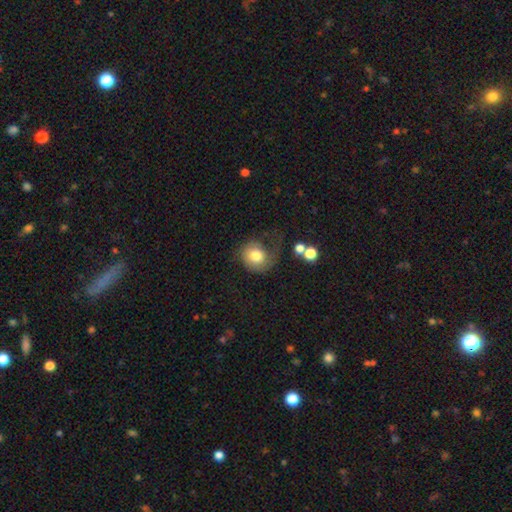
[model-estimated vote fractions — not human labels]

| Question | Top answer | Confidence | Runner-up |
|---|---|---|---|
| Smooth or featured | smooth | 65% | featured or disk (27%) |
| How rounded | round | 79% | in between (20%) |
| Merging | none | 37% | major disturbance (35%) |